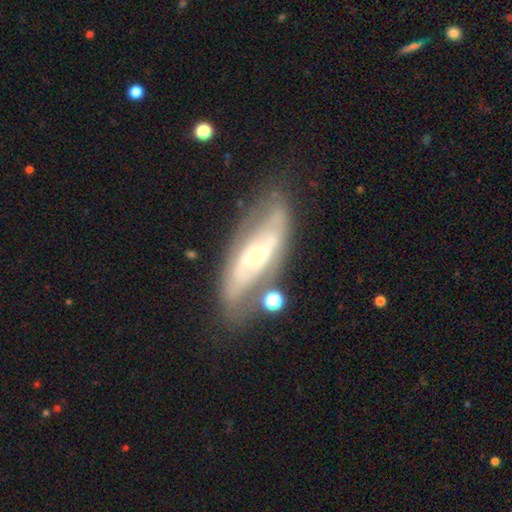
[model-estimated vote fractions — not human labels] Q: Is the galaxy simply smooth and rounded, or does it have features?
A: featured or disk — 76%.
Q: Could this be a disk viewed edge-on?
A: no — 85%.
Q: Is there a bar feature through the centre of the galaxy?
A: no — 43%.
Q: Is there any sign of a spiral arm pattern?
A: yes — 70%.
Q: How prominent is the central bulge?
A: small — 62%.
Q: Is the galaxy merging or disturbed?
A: none — 65%.